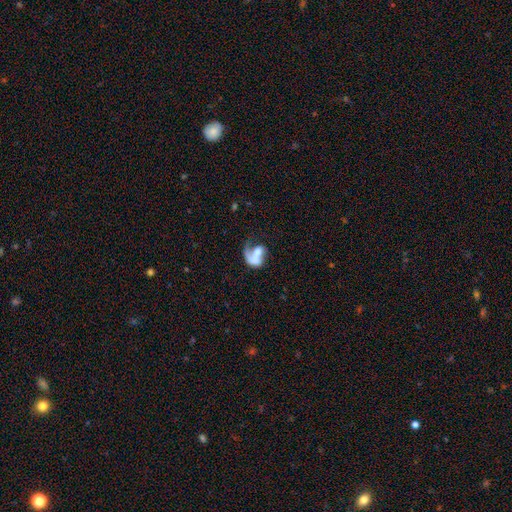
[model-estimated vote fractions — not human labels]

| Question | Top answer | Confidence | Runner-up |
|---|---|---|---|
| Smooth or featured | featured or disk | 55% | smooth (36%) |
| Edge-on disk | no | 97% | yes (3%) |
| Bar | no | 62% | weak (23%) |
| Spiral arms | yes | 62% | no (38%) |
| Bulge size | none | 35% | moderate (26%) |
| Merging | major disturbance | 38% | none (26%) |